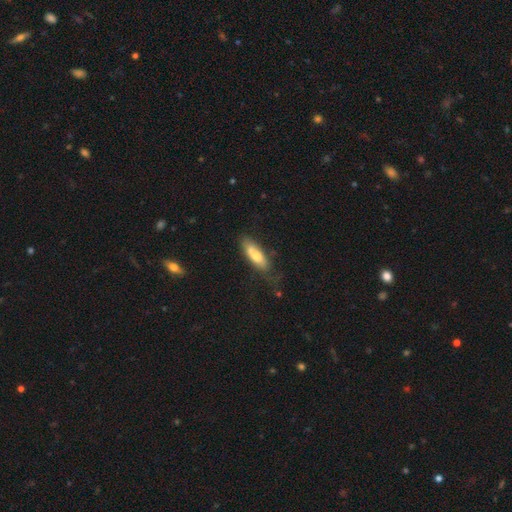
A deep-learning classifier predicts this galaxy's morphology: A smooth galaxy with no disk features (65%) that is in between round and cigar-shaped (59%).

Vote fractions:
- Smooth or featured? smooth: 65% / featured or disk: 28% / star or artifact: 7%
- How rounded? in between: 59% / cigar-shaped: 39% / round: 2%
- Merging? none: 55% / minor disturbance: 25% / major disturbance: 10% / merger: 10%